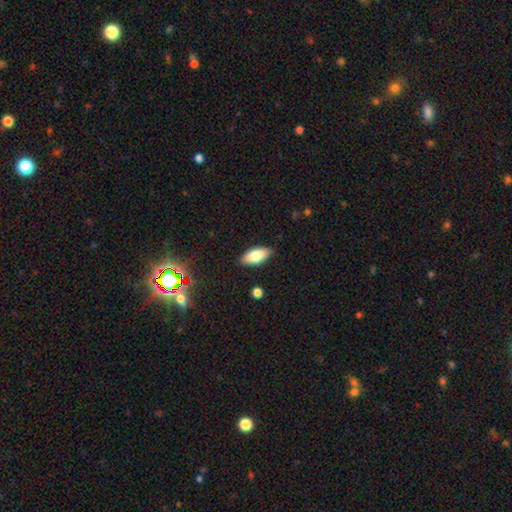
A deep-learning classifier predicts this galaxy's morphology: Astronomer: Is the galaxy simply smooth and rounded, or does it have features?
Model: smooth — 79%.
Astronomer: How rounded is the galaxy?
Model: in between — 86%.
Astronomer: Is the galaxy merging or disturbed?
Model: none — 87%.